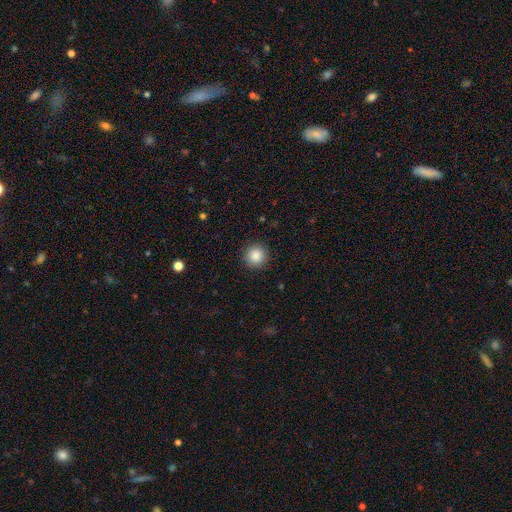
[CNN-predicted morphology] This appears to be a smooth galaxy with no disk features (87%) that is round (95%). Merging: none (92%).